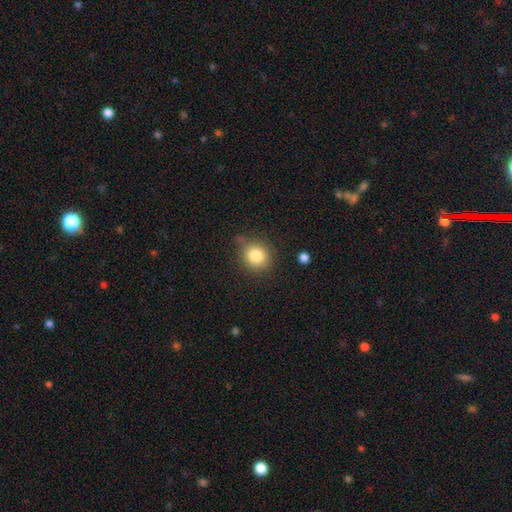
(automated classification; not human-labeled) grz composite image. It shows a smooth galaxy with no disk features (83%) that is round (84%). Merging: none (77%).